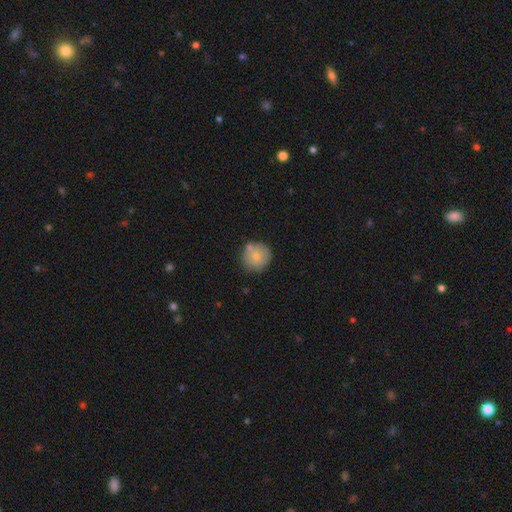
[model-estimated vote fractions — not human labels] This is likely a smooth galaxy (77%). How rounded: clearly round (91%). Merging: likely none (69%).